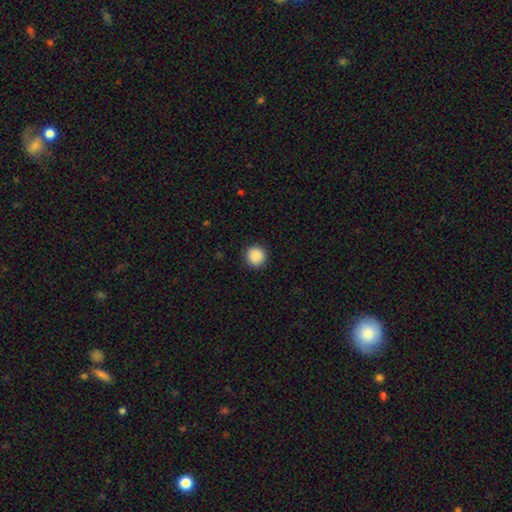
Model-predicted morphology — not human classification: Q: Smooth or featured?
A: smooth (89%); runner-up: star or artifact (9%)
Q: How rounded?
A: round (94%); runner-up: in between (5%)
Q: Merging?
A: none (91%); runner-up: minor disturbance (6%)